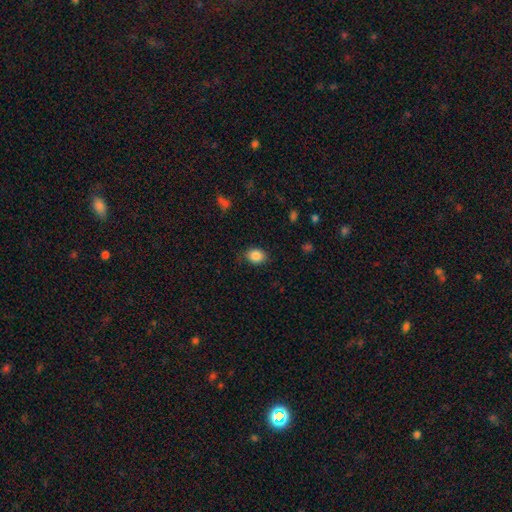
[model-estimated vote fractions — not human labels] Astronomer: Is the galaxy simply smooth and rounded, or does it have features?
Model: smooth — 86%.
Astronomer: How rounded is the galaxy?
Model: in between — 53% (runner-up: round, 46%).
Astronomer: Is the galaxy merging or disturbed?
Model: none — 81%.